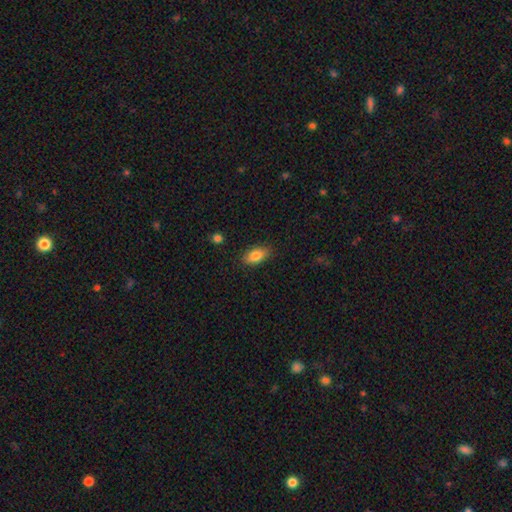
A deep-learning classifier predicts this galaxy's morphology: smooth-or-featured: smooth: 83% | featured or disk: 10% | star or artifact: 7%
  how-rounded: in between: 89% | cigar-shaped: 7% | round: 4%
  merging: none: 84% | minor disturbance: 12% | major disturbance: 2% | merger: 1%